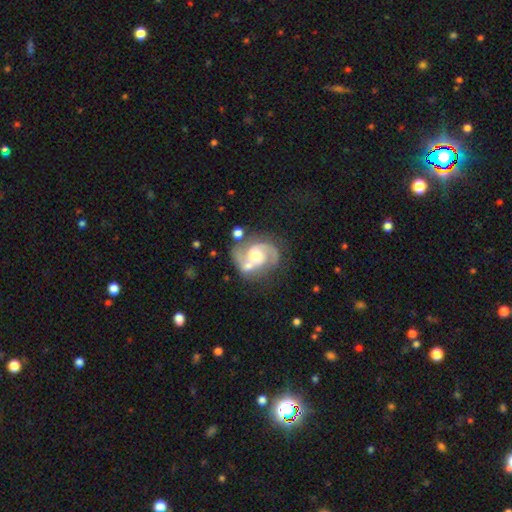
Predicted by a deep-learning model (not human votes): Smooth or featured?
  - featured or disk: 84% *
  - smooth: 10%
  - star or artifact: 6%
Edge-on disk?
  - no: 98% *
  - yes: 2%
Bar?
  - no: 57% *
  - weak: 35%
  - strong: 9%
Spiral arms?
  - yes: 94% *
  - no: 6%
Spiral winding?
  - medium: 55% *
  - tight: 27%
  - loose: 18%
Spiral arm count?
  - 2: 87% *
  - can't tell: 5%
  - 1: 4%
  - 3: 2%
  - 4: 1%
  - more than 4: 1%
Bulge size?
  - moderate: 66% *
  - small: 22%
  - large: 9%
  - none: 2%
  - dominant: 1%
Merging?
  - none: 49% *
  - merger: 25%
  - minor disturbance: 16%
  - major disturbance: 10%